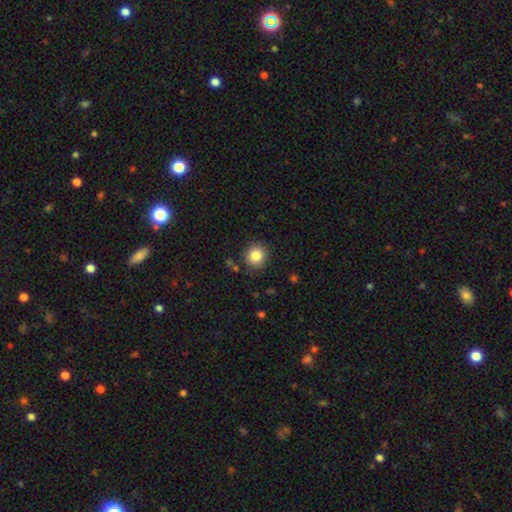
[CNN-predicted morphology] The model was most divided on "smooth or featured": smooth: 84%, star or artifact: 10%, featured or disk: 6%. More confident: how rounded — round (90%); merging — none (88%).